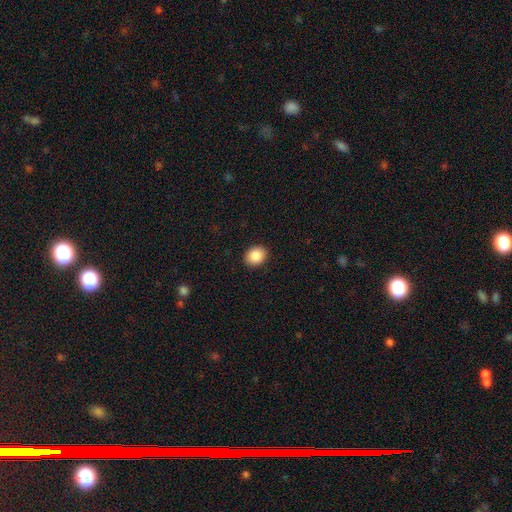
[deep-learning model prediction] Q: Smooth or featured?
A: smooth (88%); runner-up: star or artifact (8%)
Q: How rounded?
A: round (50%); tied with: in between (50%)
Q: Merging?
A: none (91%); runner-up: minor disturbance (6%)